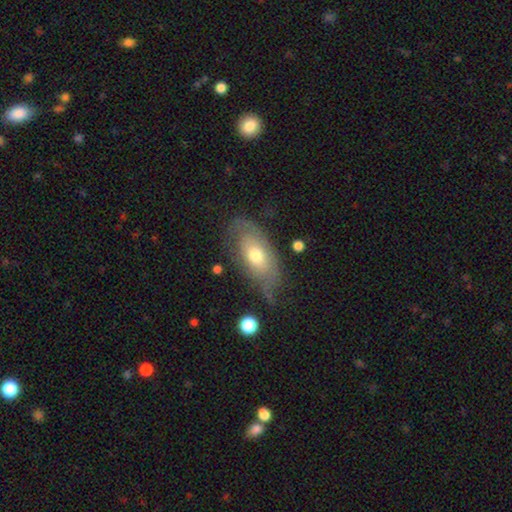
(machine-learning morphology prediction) The model was most divided on "smooth or featured": featured or disk: 48%, smooth: 45%, star or artifact: 7%. More confident: merging — none (51%).